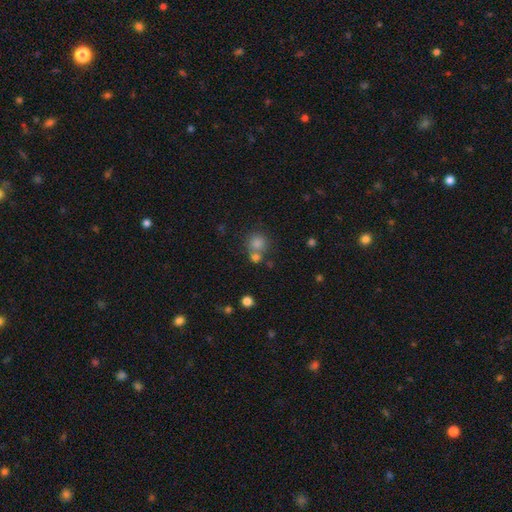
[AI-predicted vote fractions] The model was most divided on "merging": none: 59%, merger: 30%, minor disturbance: 8%, major disturbance: 3%. More confident: how rounded — round (87%); smooth or featured — smooth (72%).